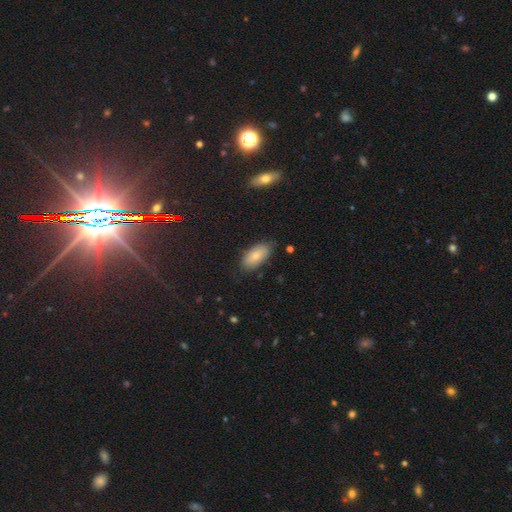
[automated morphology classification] Smooth or featured: smooth — 78% (featured or disk — 14%)
How rounded: in between — 92% (cigar-shaped — 5%)
Merging: none — 81% (minor disturbance — 15%)